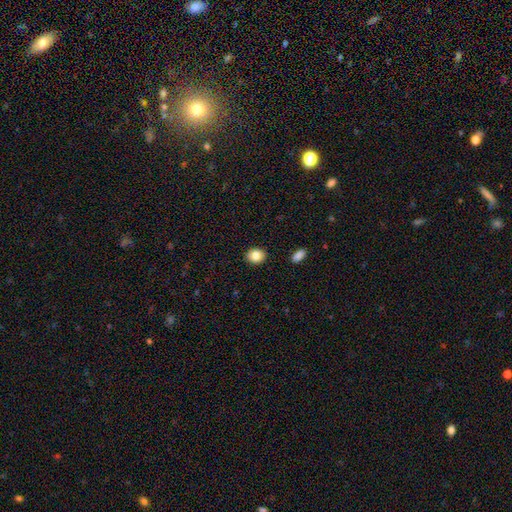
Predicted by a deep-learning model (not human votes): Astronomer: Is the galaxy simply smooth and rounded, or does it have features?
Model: smooth — 84%.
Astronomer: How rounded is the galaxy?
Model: in between — 52% (runner-up: round, 47%).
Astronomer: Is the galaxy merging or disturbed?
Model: none — 90%.